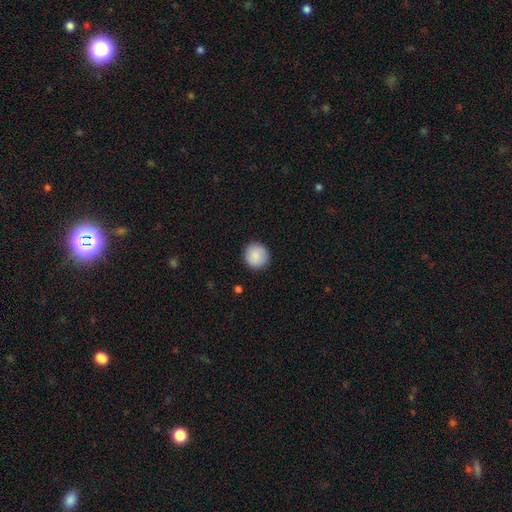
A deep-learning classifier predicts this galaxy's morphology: smooth 88%, star or artifact 7%, featured or disk 5%. Down the decision tree: how rounded — round (94%); merging — none (91%).